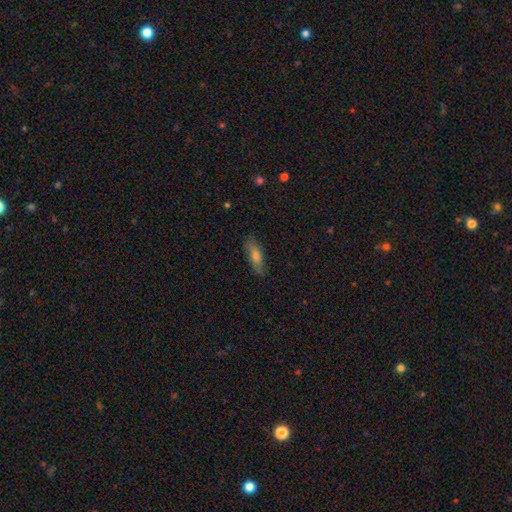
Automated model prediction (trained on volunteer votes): smooth-or-featured: smooth: 63% | featured or disk: 29% | star or artifact: 8%
  how-rounded: cigar-shaped: 59% | in between: 39% | round: 3%
  merging: none: 82% | minor disturbance: 14% | major disturbance: 3% | merger: 1%